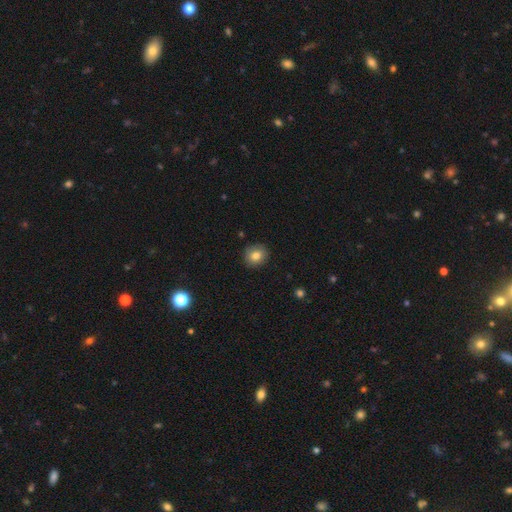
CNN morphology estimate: Smooth or featured?
  - smooth: 82% *
  - star or artifact: 9%
  - featured or disk: 9%
How rounded?
  - round: 79% *
  - in between: 20%
  - cigar-shaped: 1%
Merging?
  - none: 88% *
  - minor disturbance: 9%
  - major disturbance: 2%
  - merger: 1%